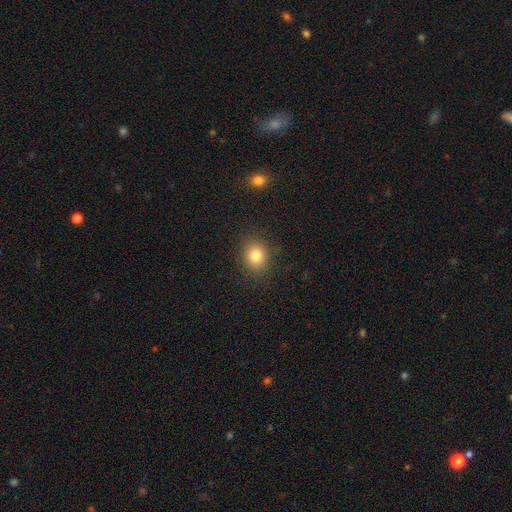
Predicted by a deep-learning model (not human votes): A smooth galaxy with no disk features (81%) that is round (68%).

Vote fractions:
- Smooth or featured? smooth: 81% / star or artifact: 12% / featured or disk: 7%
- How rounded? round: 68% / in between: 31% / cigar-shaped: 1%
- Merging? none: 87% / minor disturbance: 9% / major disturbance: 3% / merger: 1%